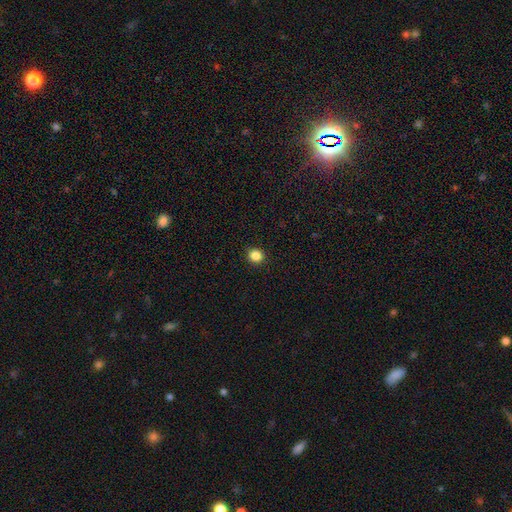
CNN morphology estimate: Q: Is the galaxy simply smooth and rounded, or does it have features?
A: smooth — 84%.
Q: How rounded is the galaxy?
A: round — 88%.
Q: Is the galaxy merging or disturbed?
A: none — 93%.